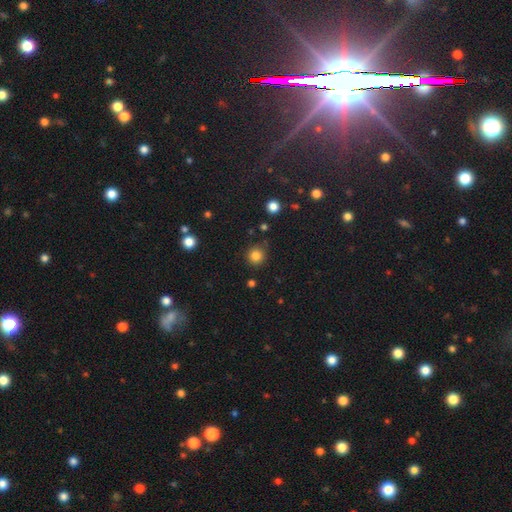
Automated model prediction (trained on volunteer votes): This is clearly a smooth galaxy (82%). How rounded: clearly round (93%). Merging: clearly none (85%).